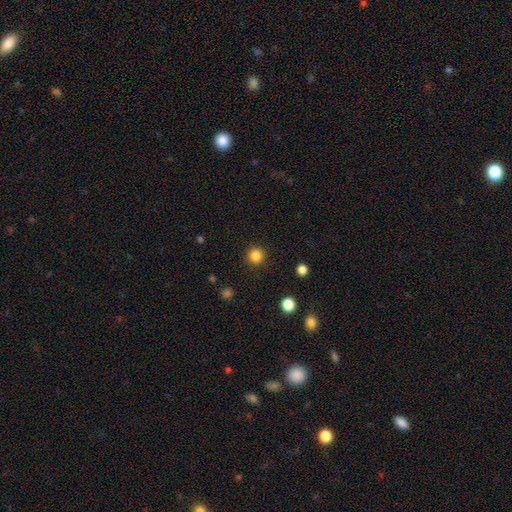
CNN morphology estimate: This appears to be a smooth galaxy with no disk features (84%) that is round (96%). Merging: none (92%).